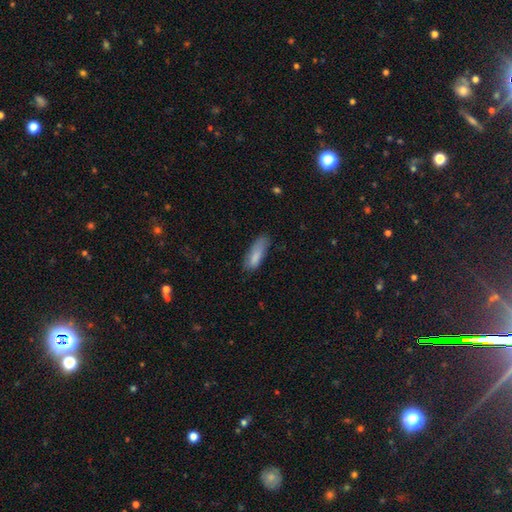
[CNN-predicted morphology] smooth_or_featured: smooth (p=0.83) [alt: featured or disk p=0.09]
how_rounded: in between (p=0.58) [alt: cigar-shaped p=0.40]
merging: none (p=0.56) [alt: minor disturbance p=0.31]